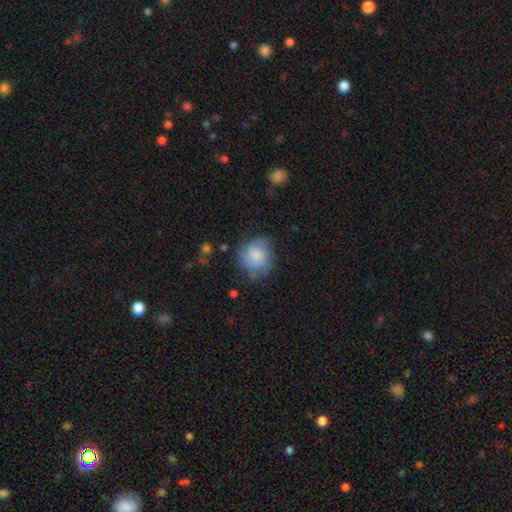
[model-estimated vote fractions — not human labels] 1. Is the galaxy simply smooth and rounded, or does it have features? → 72% smooth, 21% featured or disk, 8% star or artifact.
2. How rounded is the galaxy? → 80% round, 19% in between, 1% cigar-shaped.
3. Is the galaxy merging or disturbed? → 61% none, 27% minor disturbance, 10% major disturbance, 2% merger.